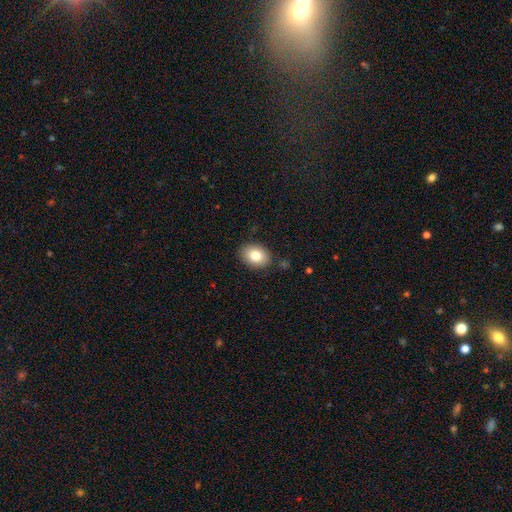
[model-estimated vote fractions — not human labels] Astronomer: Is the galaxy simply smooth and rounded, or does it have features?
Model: smooth — 81%.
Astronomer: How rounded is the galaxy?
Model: in between — 73%.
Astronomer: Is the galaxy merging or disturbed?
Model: none — 86%.